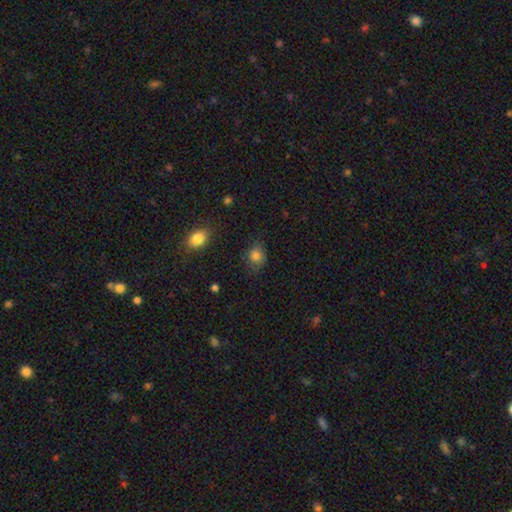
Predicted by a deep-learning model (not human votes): The model was most divided on "how rounded": round: 60%, in between: 39%, cigar-shaped: 1%. More confident: smooth or featured — smooth (82%); merging — none (73%).